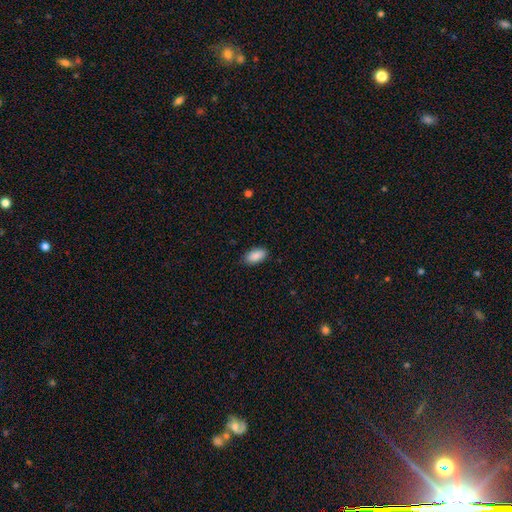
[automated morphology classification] Smooth or featured? Predicted: smooth (p=0.90). How rounded? Predicted: in between (p=0.94). Merging? Predicted: none (p=0.87).